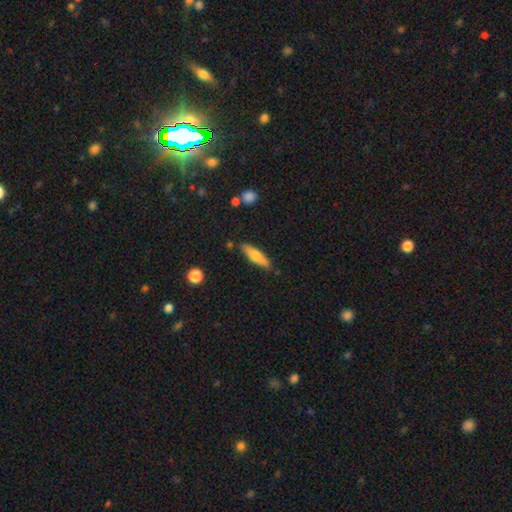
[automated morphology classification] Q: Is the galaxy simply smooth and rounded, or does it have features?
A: smooth — 60%.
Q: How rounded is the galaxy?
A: cigar-shaped — 71%.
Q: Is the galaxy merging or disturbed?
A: none — 84%.